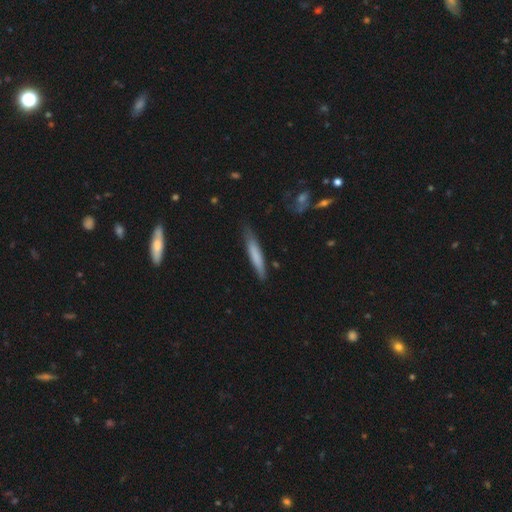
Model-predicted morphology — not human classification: A smooth galaxy with no disk features (71%) that is cigar-shaped (93%).

Vote fractions:
- Smooth or featured? smooth: 71% / featured or disk: 23% / star or artifact: 6%
- How rounded? cigar-shaped: 93% / in between: 6% / round: 1%
- Merging? none: 76% / minor disturbance: 19% / major disturbance: 3% / merger: 2%